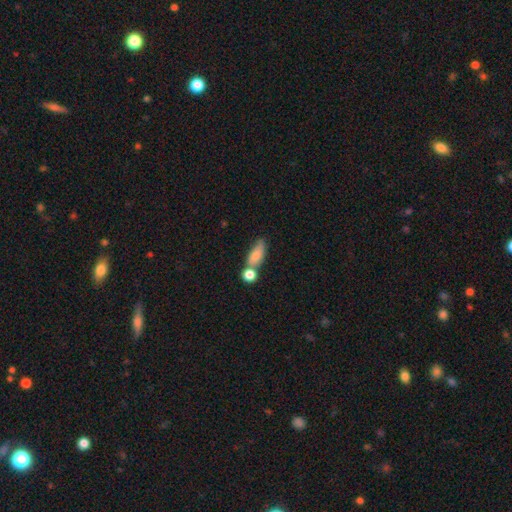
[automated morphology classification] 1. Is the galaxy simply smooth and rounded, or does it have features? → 76% smooth, 16% featured or disk, 9% star or artifact.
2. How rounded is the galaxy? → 71% in between, 18% cigar-shaped, 11% round.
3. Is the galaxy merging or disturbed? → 40% none, 37% merger, 16% minor disturbance, 7% major disturbance.